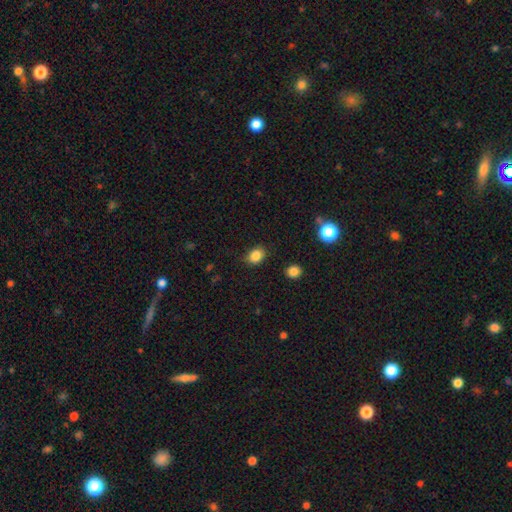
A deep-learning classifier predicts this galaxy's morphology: type=smooth (85%); roundness=in between (55%); merging=none (79%).